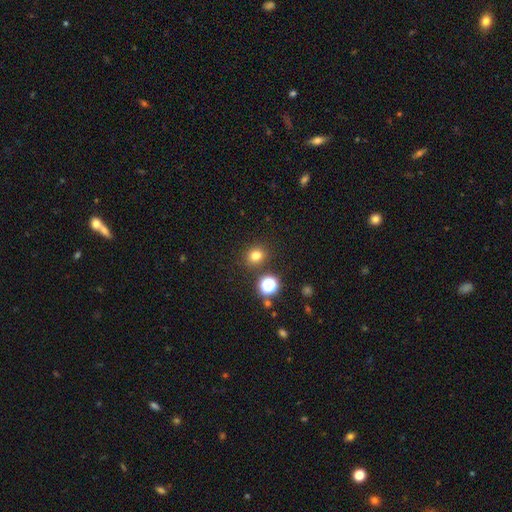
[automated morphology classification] smooth-or-featured: smooth: 76% | star or artifact: 18% | featured or disk: 6%
  how-rounded: round: 76% | in between: 23% | cigar-shaped: 1%
  merging: none: 85% | minor disturbance: 8% | merger: 5% | major disturbance: 3%